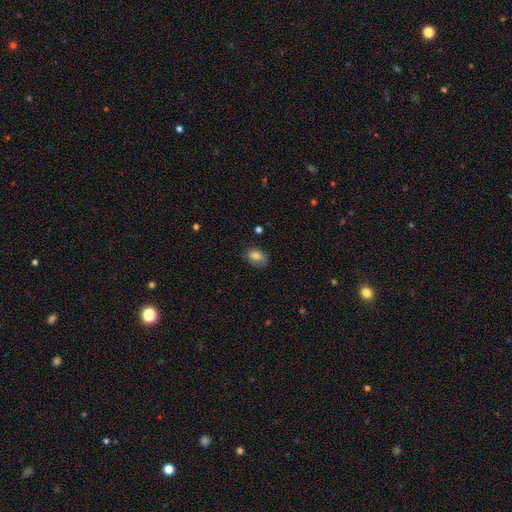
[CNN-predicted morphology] smooth-or-featured: smooth: 77% | featured or disk: 13% | star or artifact: 9%
  how-rounded: in between: 81% | round: 17% | cigar-shaped: 2%
  merging: none: 74% | minor disturbance: 20% | major disturbance: 4% | merger: 1%